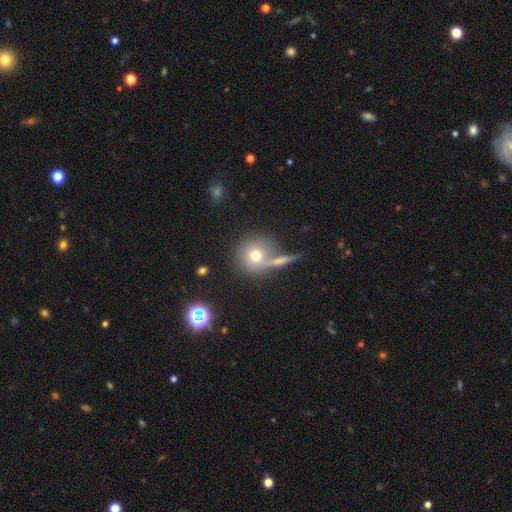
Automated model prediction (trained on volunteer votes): A smooth galaxy with no disk features (69%) that is round (89%). Merging: none (59%).